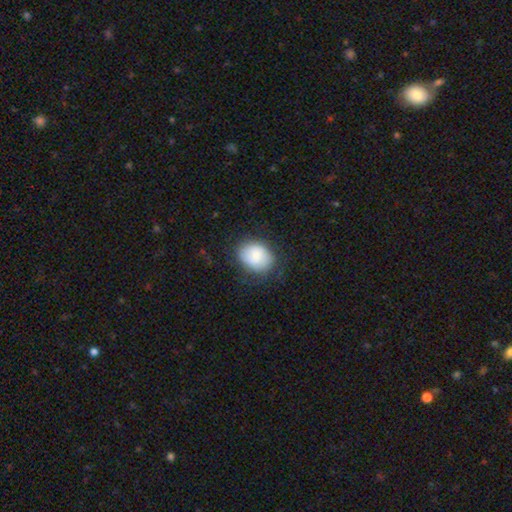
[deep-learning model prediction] Q: Smooth or featured?
A: smooth (83%); runner-up: featured or disk (10%)
Q: How rounded?
A: in between (53%); runner-up: round (46%)
Q: Merging?
A: none (72%); runner-up: minor disturbance (20%)